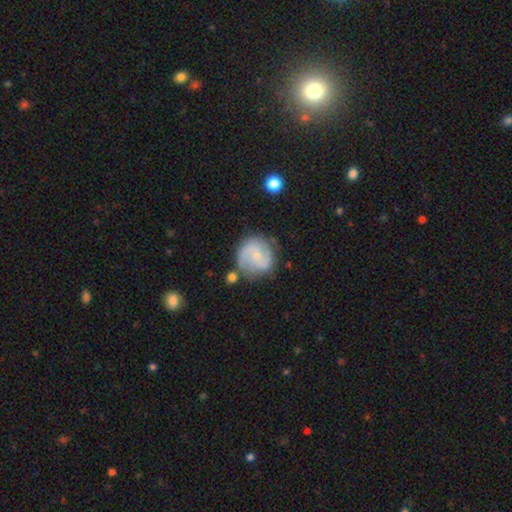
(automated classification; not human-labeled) A featured or disk galaxy (74%) with no bar (56%), 2 (70%) medium (49%) spiral arms (93%) and a small central bulge (70%).

Vote fractions:
- Smooth or featured? featured or disk: 74% / smooth: 20% / star or artifact: 6%
- Edge-on disk? no: 98% / yes: 2%
- Bar? no: 56% / weak: 38% / strong: 6%
- Spiral arms? yes: 93% / no: 7%
- Spiral winding? medium: 49% / tight: 30% / loose: 21%
- Spiral arm count? 2: 70% / can't tell: 12% / 3: 10% / 1: 4% / 4: 2% / more than 4: 2%
- Bulge size? small: 70% / moderate: 22% / none: 5% / large: 1% / dominant: 1%
- Merging? none: 68% / minor disturbance: 19% / major disturbance: 7% / merger: 5%